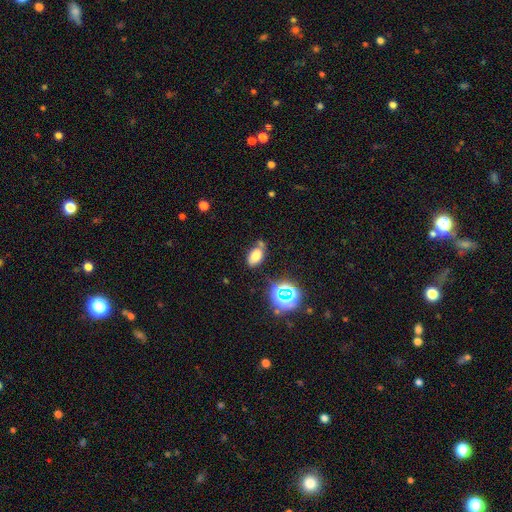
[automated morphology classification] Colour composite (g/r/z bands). It shows a smooth galaxy with no disk features (71%) that is in between round and cigar-shaped (88%). Merging: none (65%).